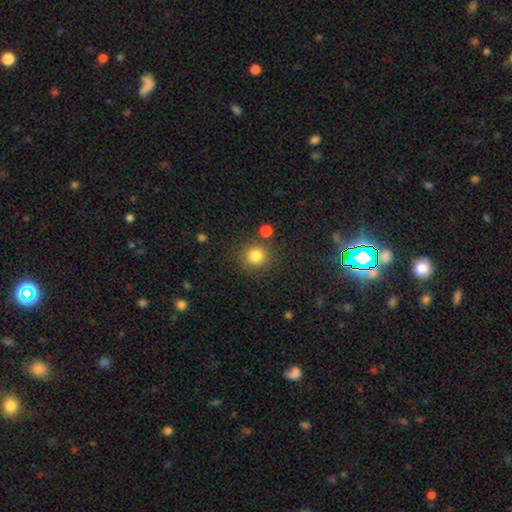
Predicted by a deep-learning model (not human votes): smooth-or-featured: smooth: 82% | star or artifact: 12% | featured or disk: 6%
  how-rounded: round: 91% | in between: 8% | cigar-shaped: 1%
  merging: none: 82% | minor disturbance: 9% | merger: 6% | major disturbance: 3%